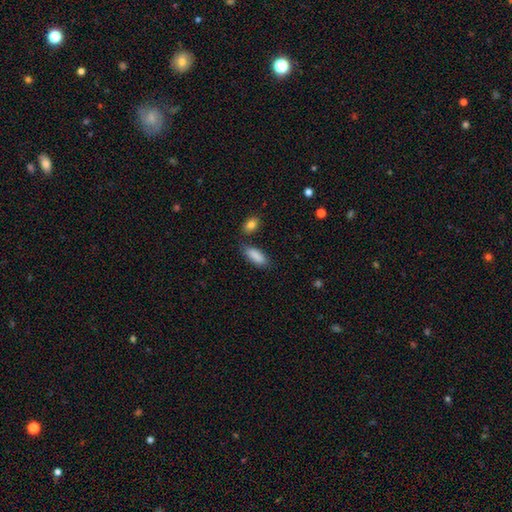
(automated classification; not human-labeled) Morphology: type=smooth (88%); roundness=in between (76%); merging=none (75%).